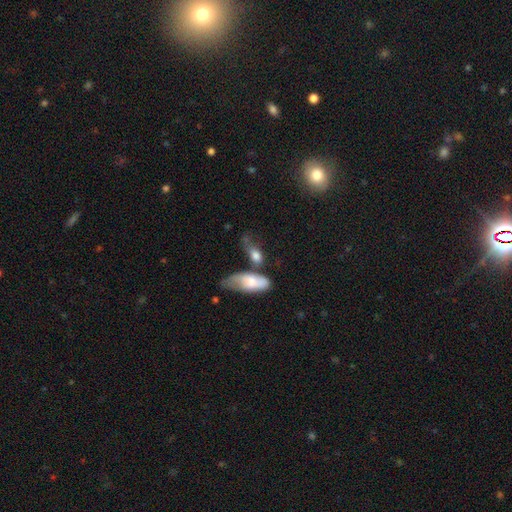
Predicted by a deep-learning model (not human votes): Smooth or featured: smooth — 73% (featured or disk — 20%)
How rounded: in between — 78% (cigar-shaped — 13%)
Merging: merger — 33% (none — 29%)